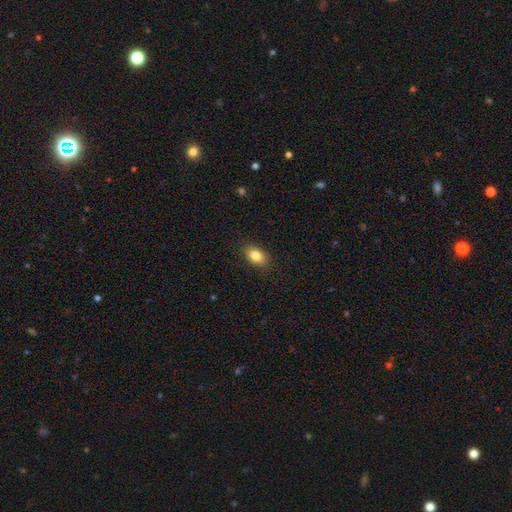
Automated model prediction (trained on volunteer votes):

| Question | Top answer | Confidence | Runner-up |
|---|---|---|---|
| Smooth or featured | smooth | 83% | featured or disk (9%) |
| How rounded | in between | 88% | round (10%) |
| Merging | none | 88% | minor disturbance (9%) |